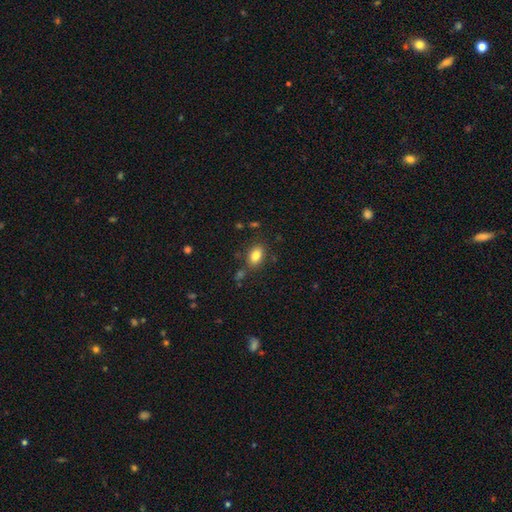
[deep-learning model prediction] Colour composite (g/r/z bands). It shows a smooth galaxy with no disk features (83%) that is in between round and cigar-shaped (86%). Merging: none (79%).